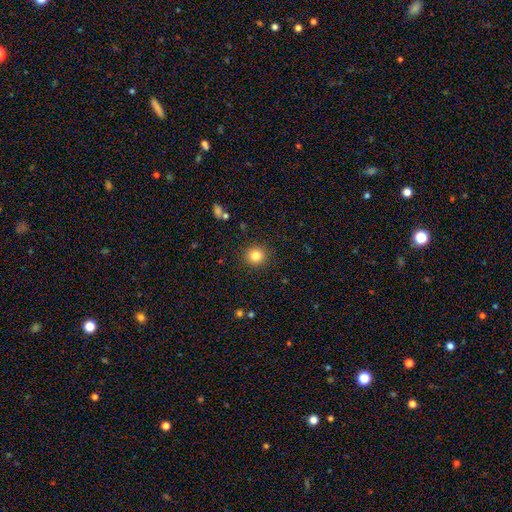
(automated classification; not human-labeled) Smooth or featured? smooth (82%)
How rounded? round (92%)
Merging? none (91%)